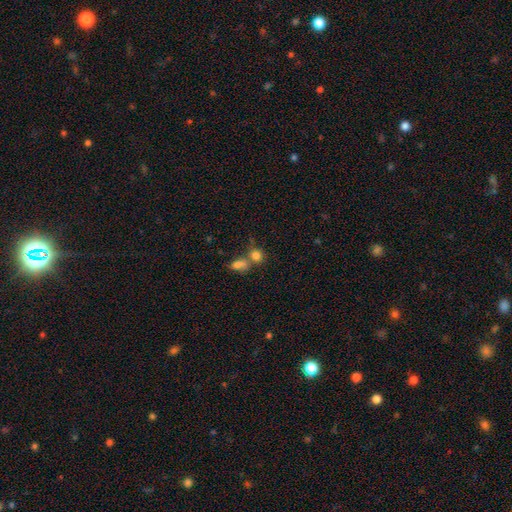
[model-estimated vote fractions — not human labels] Smooth or featured? smooth (80%)
How rounded? round (70%)
Merging? merger (45%)